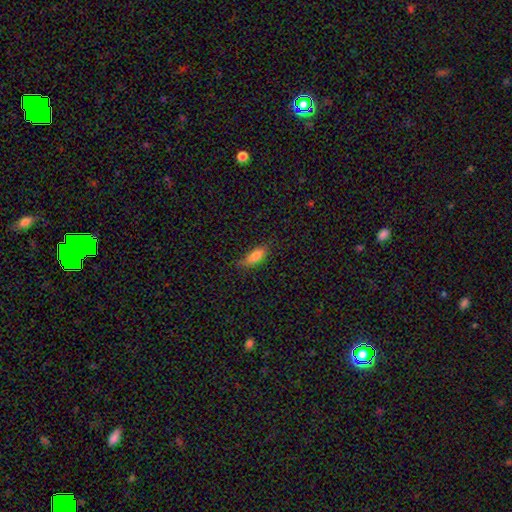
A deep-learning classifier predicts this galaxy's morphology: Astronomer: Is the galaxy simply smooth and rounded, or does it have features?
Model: smooth — 81%.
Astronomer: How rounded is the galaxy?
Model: in between — 77%.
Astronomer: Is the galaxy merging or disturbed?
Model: none — 66%.